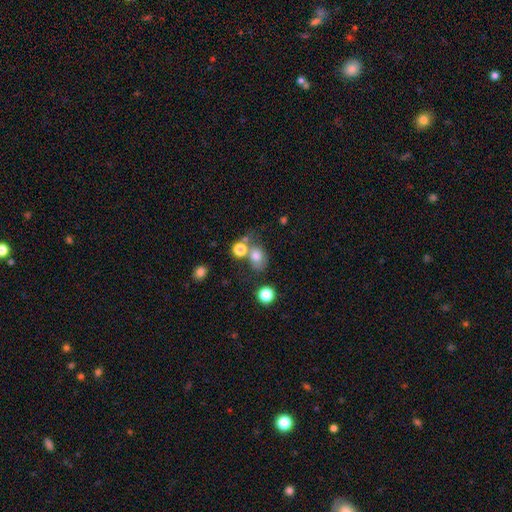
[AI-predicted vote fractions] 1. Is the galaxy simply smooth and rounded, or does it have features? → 74% smooth, 14% star or artifact, 12% featured or disk.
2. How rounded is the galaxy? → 52% round, 47% in between, 1% cigar-shaped.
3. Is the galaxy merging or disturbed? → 46% none, 26% merger, 17% minor disturbance, 11% major disturbance.